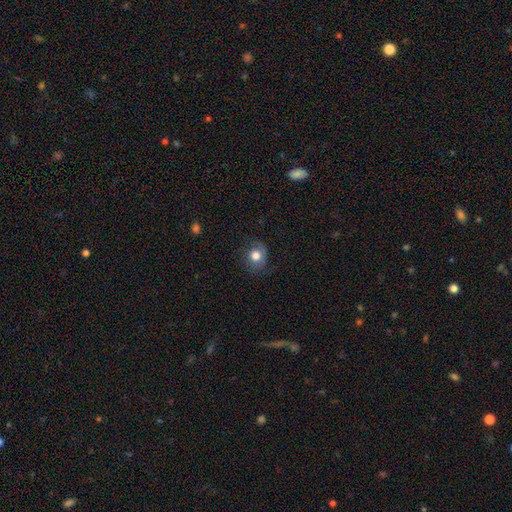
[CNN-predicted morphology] This appears to be a smooth galaxy with no disk features (72%) that is round (71%). Merging: none (67%).